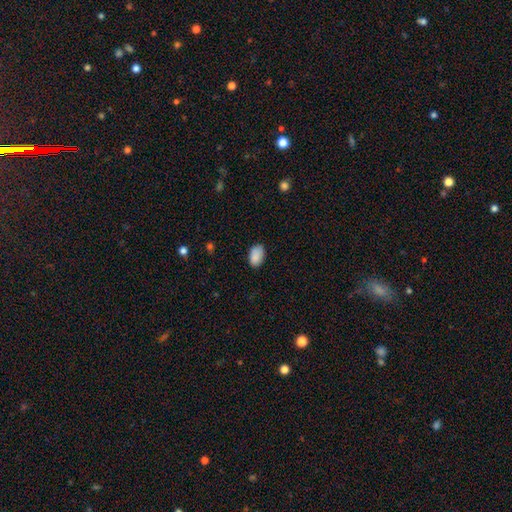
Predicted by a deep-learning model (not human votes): Smooth or featured? Predicted: smooth (p=0.88). How rounded? Predicted: in between (p=0.91). Merging? Predicted: none (p=0.80).